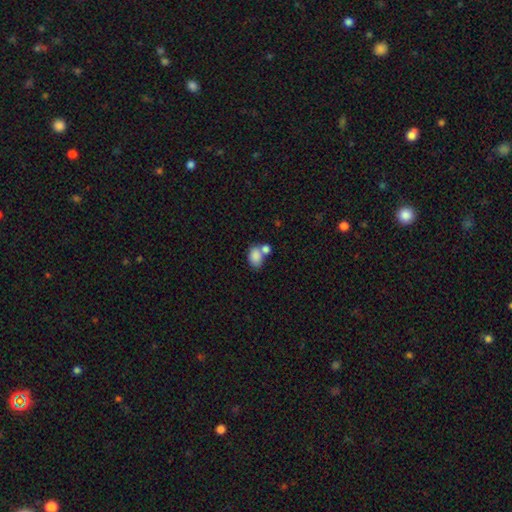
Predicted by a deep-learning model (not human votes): Smooth or featured: smooth — 84% (star or artifact — 8%)
How rounded: in between — 82% (round — 17%)
Merging: merger — 49% (none — 35%)